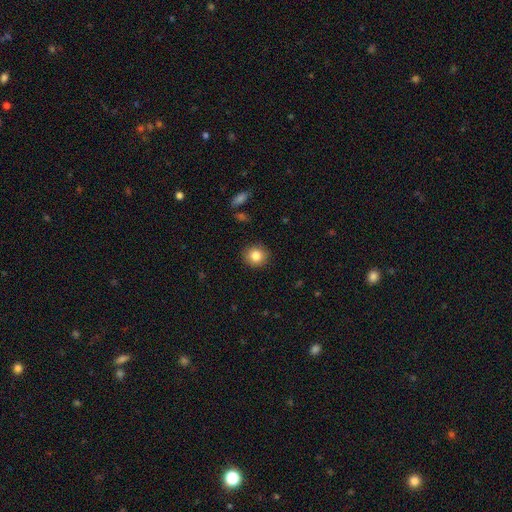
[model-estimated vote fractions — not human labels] Q: Smooth or featured?
A: smooth (83%); runner-up: star or artifact (10%)
Q: How rounded?
A: round (86%); runner-up: in between (13%)
Q: Merging?
A: none (90%); runner-up: minor disturbance (7%)